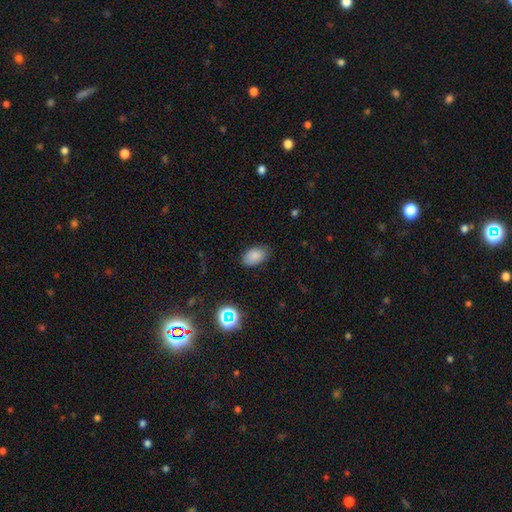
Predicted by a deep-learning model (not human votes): smooth 84%, star or artifact 11%, featured or disk 5%. Down the decision tree: how rounded — in between (91%); merging — none (81%).